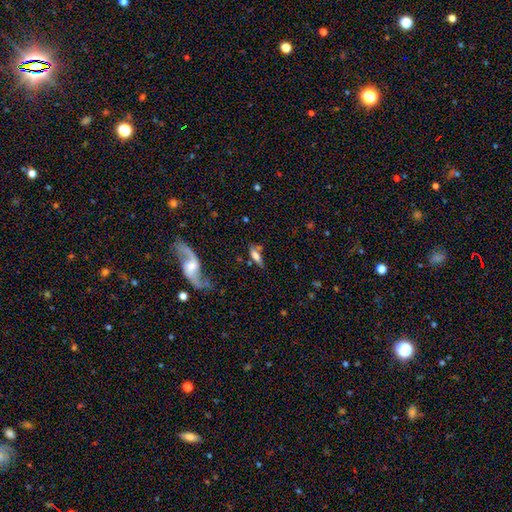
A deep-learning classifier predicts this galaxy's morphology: A smooth galaxy with no disk features (55%) that is in between round and cigar-shaped (62%).

Vote fractions:
- Smooth or featured? smooth: 55% / featured or disk: 37% / star or artifact: 9%
- How rounded? in between: 62% / cigar-shaped: 33% / round: 5%
- Merging? none: 58% / minor disturbance: 20% / merger: 12% / major disturbance: 10%